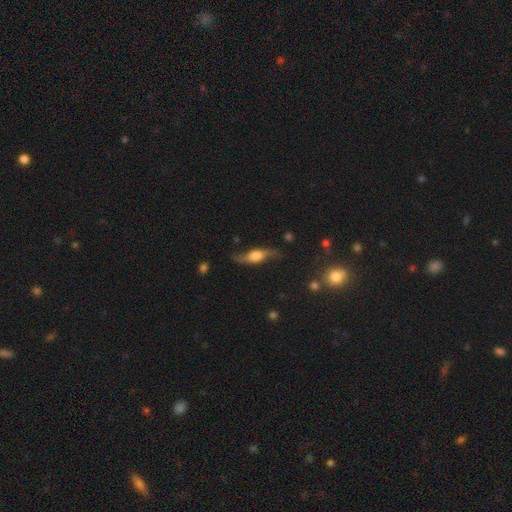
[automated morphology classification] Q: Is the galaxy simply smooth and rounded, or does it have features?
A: featured or disk — 71%.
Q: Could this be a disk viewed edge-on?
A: yes — 51%.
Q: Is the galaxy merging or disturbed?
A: none — 74%.